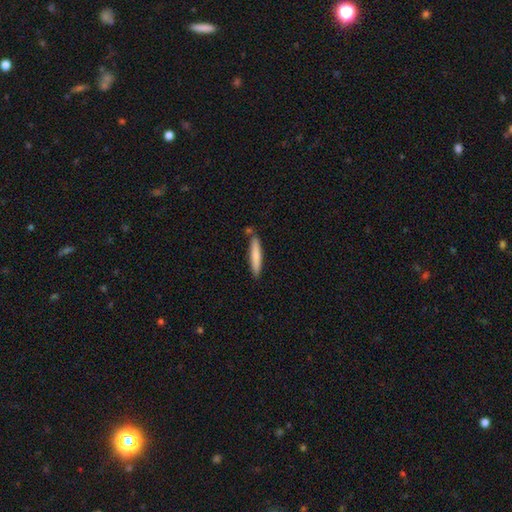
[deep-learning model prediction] smooth_or_featured: smooth (p=0.78) [alt: featured or disk p=0.16]
how_rounded: cigar-shaped (p=0.92) [alt: in between p=0.07]
merging: none (p=0.81) [alt: minor disturbance p=0.11]